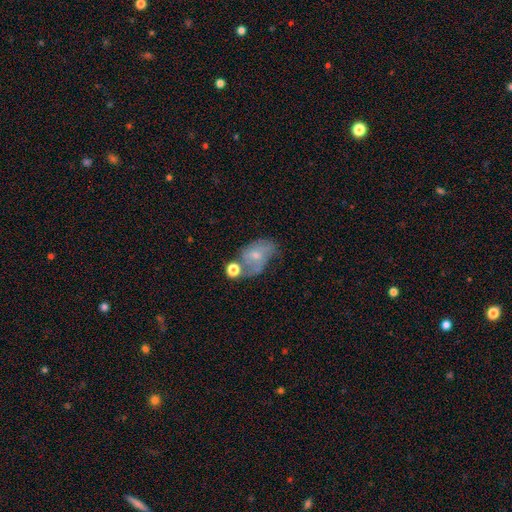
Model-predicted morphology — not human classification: Smooth or featured? featured or disk (45%, tied with smooth)
Merging? none (32%)